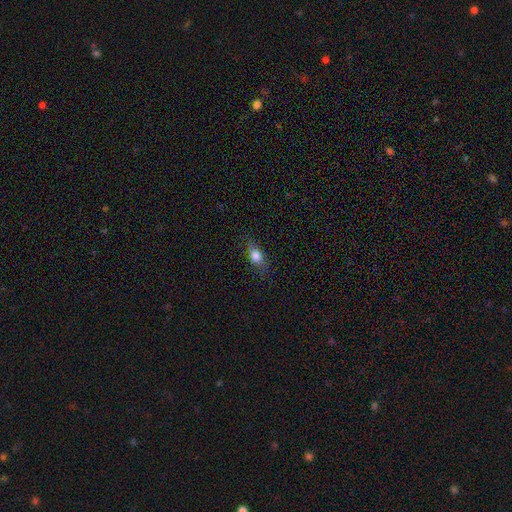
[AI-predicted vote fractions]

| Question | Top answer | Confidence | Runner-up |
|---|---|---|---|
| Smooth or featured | smooth | 74% | featured or disk (17%) |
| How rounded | in between | 72% | round (17%) |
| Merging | none | 72% | minor disturbance (21%) |